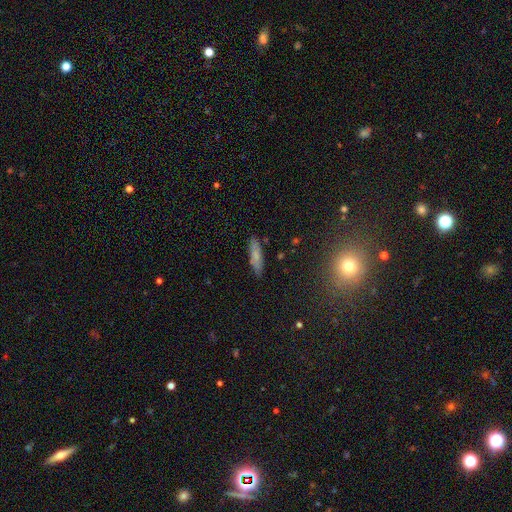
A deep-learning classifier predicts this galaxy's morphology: This appears to be a smooth galaxy with no disk features (74%) that is cigar-shaped (69%). Merging: none (85%).